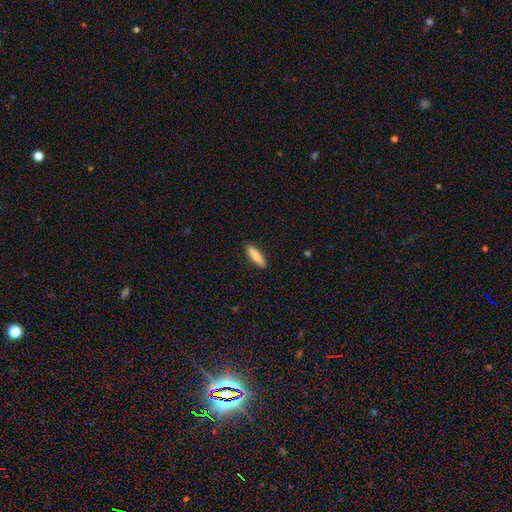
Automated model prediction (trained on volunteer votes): Smooth or featured? Predicted: smooth (p=0.82). How rounded? Predicted: cigar-shaped (p=0.68). Merging? Predicted: none (p=0.90).